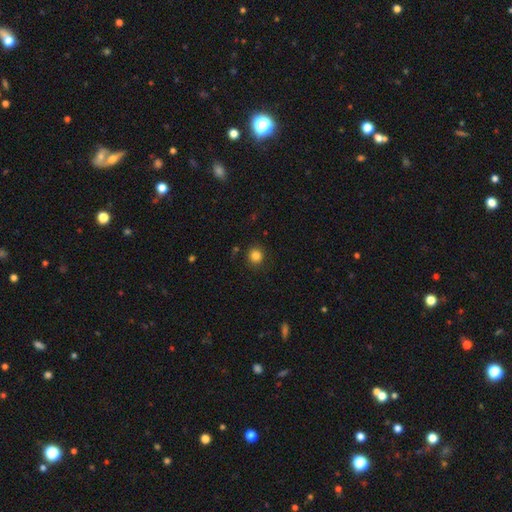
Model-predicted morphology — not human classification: A smooth galaxy with no disk features (84%) that is round (88%).

Vote fractions:
- Smooth or featured? smooth: 84% / star or artifact: 12% / featured or disk: 5%
- How rounded? round: 88% / in between: 11% / cigar-shaped: 1%
- Merging? none: 86% / minor disturbance: 9% / major disturbance: 3% / merger: 2%